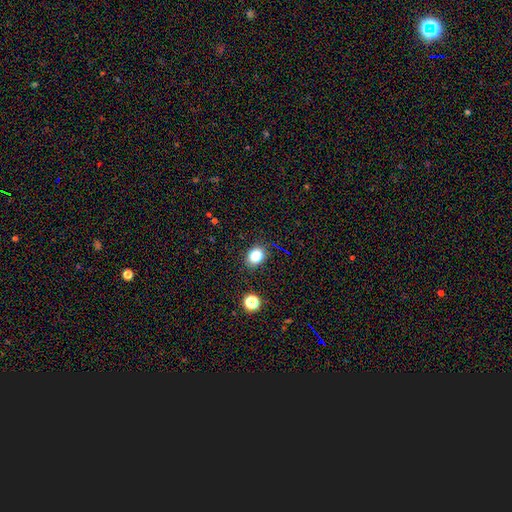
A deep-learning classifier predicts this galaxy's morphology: This is clearly a smooth galaxy (83%). How rounded: possibly in between (57%). Merging: clearly none (86%).